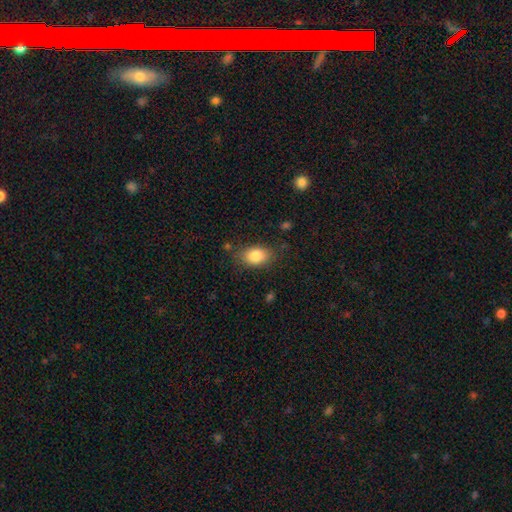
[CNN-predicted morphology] The model was most divided on "merging": none: 79%, minor disturbance: 15%, major disturbance: 4%, merger: 2%. More confident: smooth or featured — smooth (85%); how rounded — in between (84%).